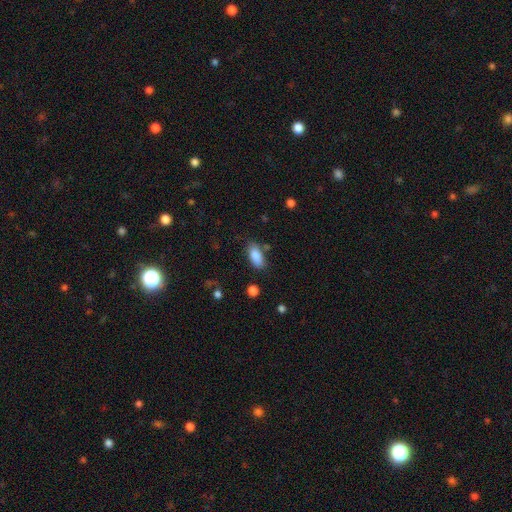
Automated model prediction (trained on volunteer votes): Q: Smooth or featured?
A: smooth (86%); runner-up: star or artifact (7%)
Q: How rounded?
A: in between (89%); runner-up: cigar-shaped (9%)
Q: Merging?
A: none (77%); runner-up: minor disturbance (15%)